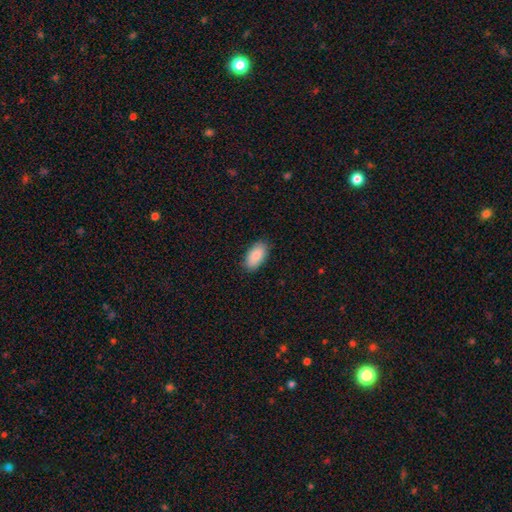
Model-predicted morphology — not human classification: A smooth galaxy with no disk features (89%) that is in between round and cigar-shaped (95%).

Vote fractions:
- Smooth or featured? smooth: 89% / star or artifact: 6% / featured or disk: 5%
- How rounded? in between: 95% / cigar-shaped: 3% / round: 3%
- Merging? none: 87% / minor disturbance: 10% / major disturbance: 2% / merger: 1%